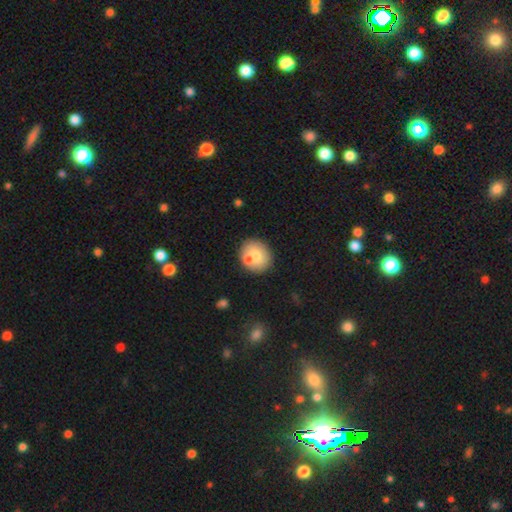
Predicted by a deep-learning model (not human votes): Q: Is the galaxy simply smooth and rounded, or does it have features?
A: smooth — 70%.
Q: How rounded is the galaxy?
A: round — 79%.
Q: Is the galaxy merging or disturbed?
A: none — 67%.